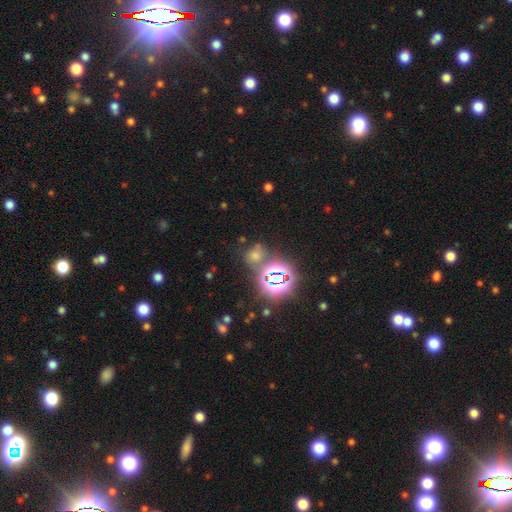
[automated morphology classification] type=star or artifact (62%).